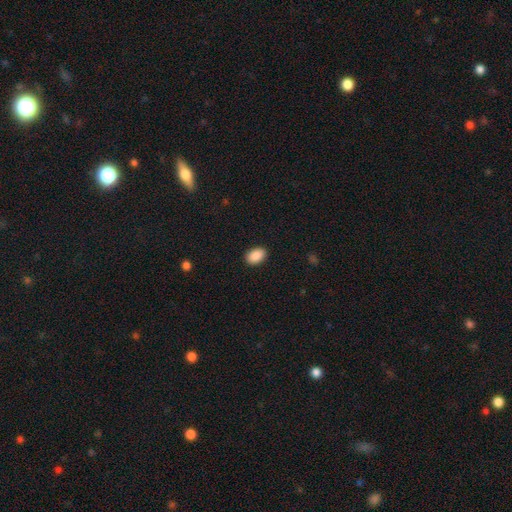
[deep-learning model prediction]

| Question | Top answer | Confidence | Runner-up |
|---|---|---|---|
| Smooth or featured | smooth | 90% | star or artifact (7%) |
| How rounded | in between | 85% | round (14%) |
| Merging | none | 90% | minor disturbance (7%) |